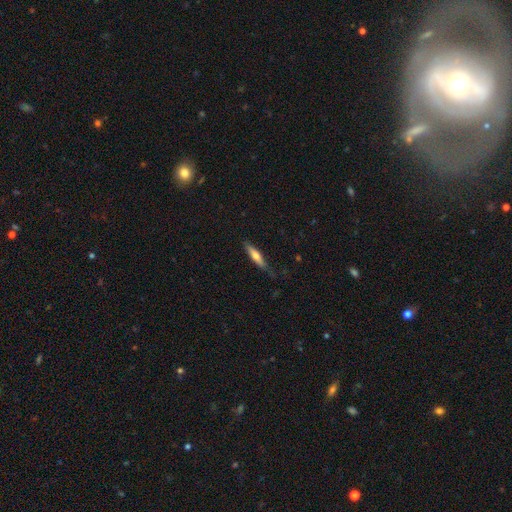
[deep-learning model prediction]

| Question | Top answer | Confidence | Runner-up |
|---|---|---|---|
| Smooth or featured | smooth | 58% | featured or disk (36%) |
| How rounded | cigar-shaped | 82% | in between (16%) |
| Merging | none | 70% | minor disturbance (23%) |